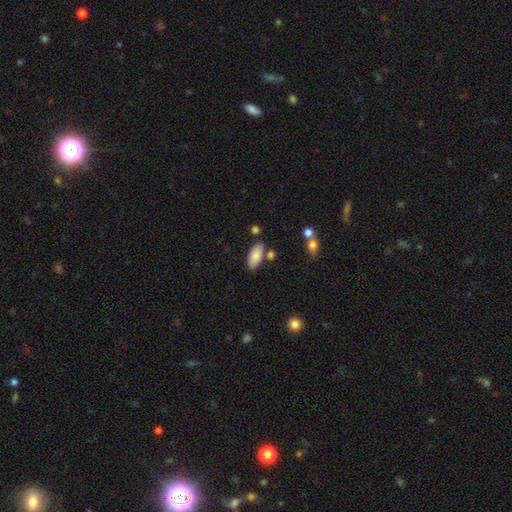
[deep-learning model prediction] Smooth or featured: smooth — 86% (featured or disk — 7%)
How rounded: in between — 89% (cigar-shaped — 9%)
Merging: none — 75% (minor disturbance — 12%)